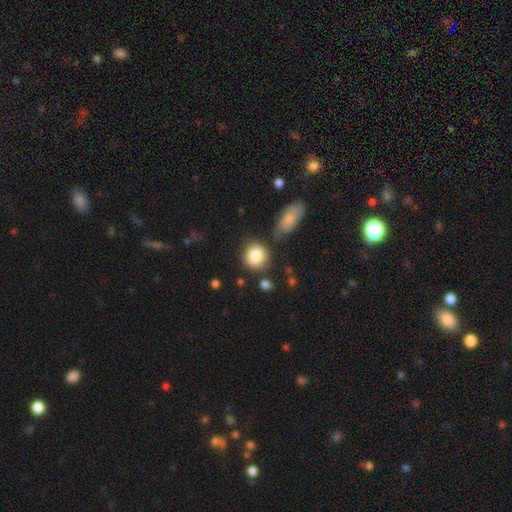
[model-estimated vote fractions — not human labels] Smooth or featured? smooth (86%)
How rounded? round (85%)
Merging? none (75%)